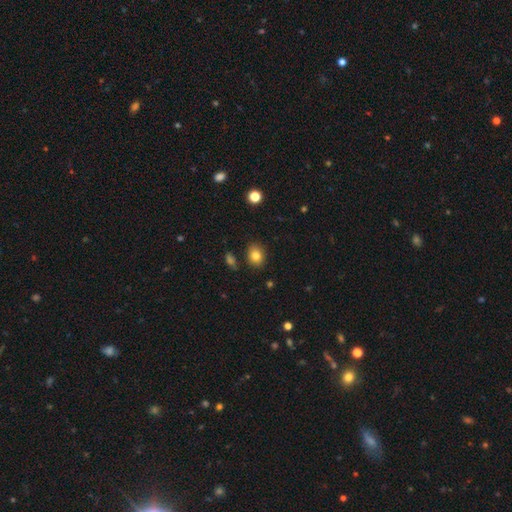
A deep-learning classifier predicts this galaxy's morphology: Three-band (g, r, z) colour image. It shows a smooth galaxy with no disk features (82%) that is in between round and cigar-shaped (50%). Merging: none (84%).